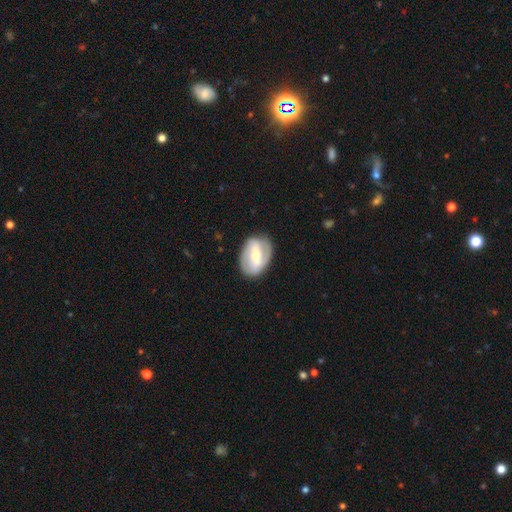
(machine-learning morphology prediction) Smooth or featured? Predicted: featured or disk (p=0.70). Edge-on disk? Predicted: no (p=0.94). Bar? Predicted: strong (p=0.59). Spiral arms? Predicted: yes (p=0.63). Bulge size? Predicted: moderate (p=0.57). Merging? Predicted: none (p=0.82).